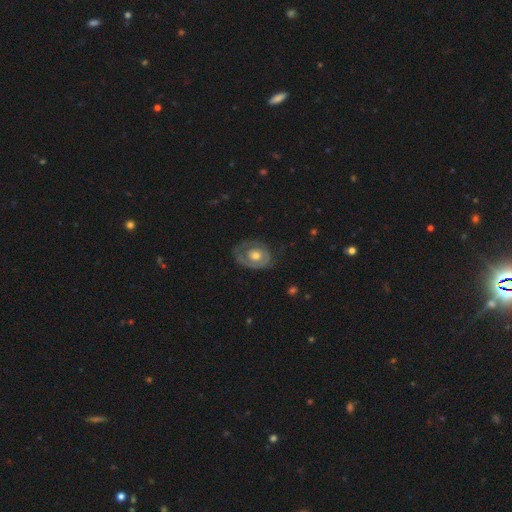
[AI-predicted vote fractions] featured or disk 59%, smooth 35%, star or artifact 5%. Down the decision tree: edge-on disk — no (95%); bar — no (85%); spiral arms — no (56%); bulge size — moderate (67%); merging — none (61%).